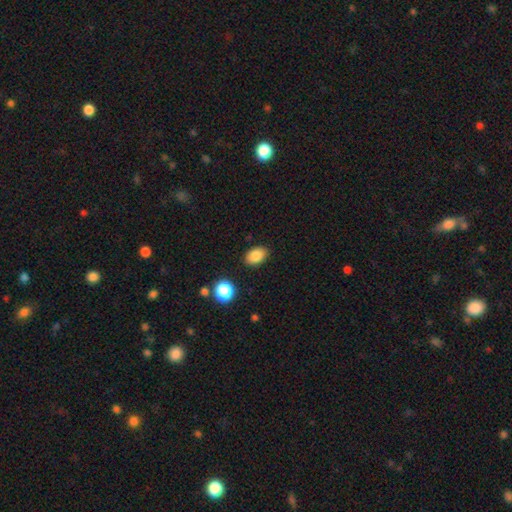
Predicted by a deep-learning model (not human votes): Overall: smooth (84%). How rounded: in between (86%). Merging: none (87%).